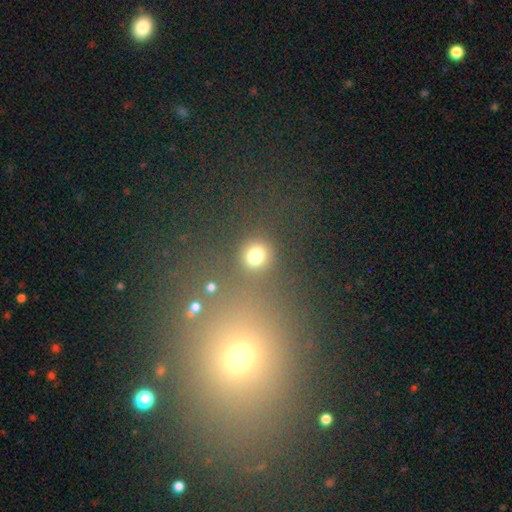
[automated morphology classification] This appears to be a smooth galaxy with no disk features (75%) that is round (85%). Merging: none (80%).